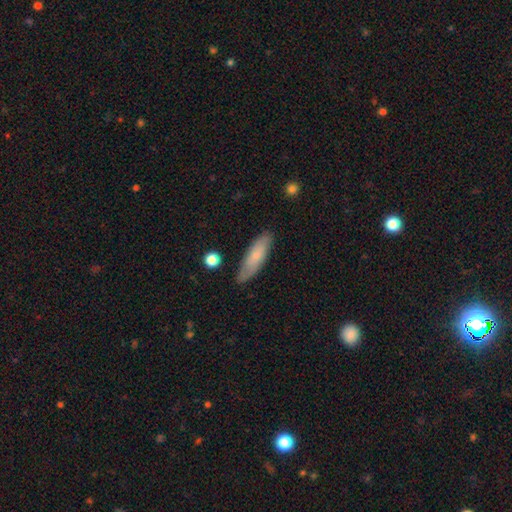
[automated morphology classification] Q: Smooth or featured?
A: smooth (69%); runner-up: featured or disk (25%)
Q: How rounded?
A: cigar-shaped (55%); runner-up: in between (43%)
Q: Merging?
A: none (80%); runner-up: minor disturbance (16%)